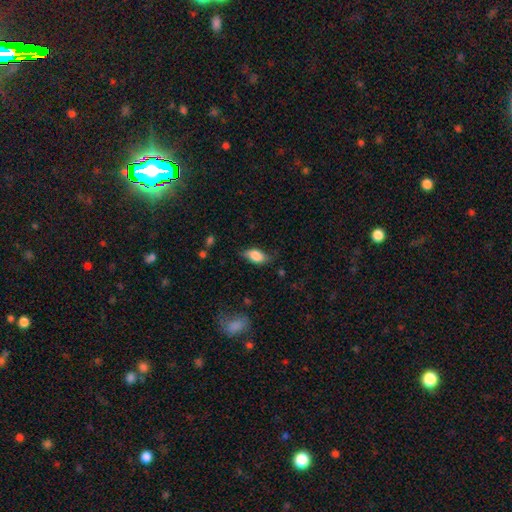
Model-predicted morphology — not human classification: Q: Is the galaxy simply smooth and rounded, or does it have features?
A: smooth — 80%.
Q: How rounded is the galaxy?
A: in between — 89%.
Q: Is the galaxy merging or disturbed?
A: none — 68%.